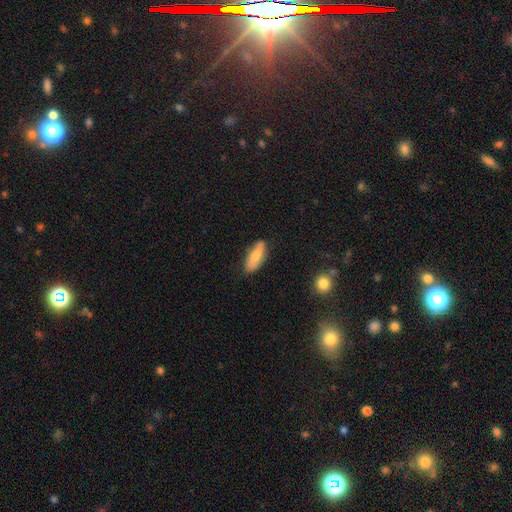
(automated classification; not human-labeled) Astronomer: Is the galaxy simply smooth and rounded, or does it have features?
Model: smooth — 73%.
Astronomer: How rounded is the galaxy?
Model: in between — 73%.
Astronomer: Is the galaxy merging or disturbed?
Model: none — 73%.